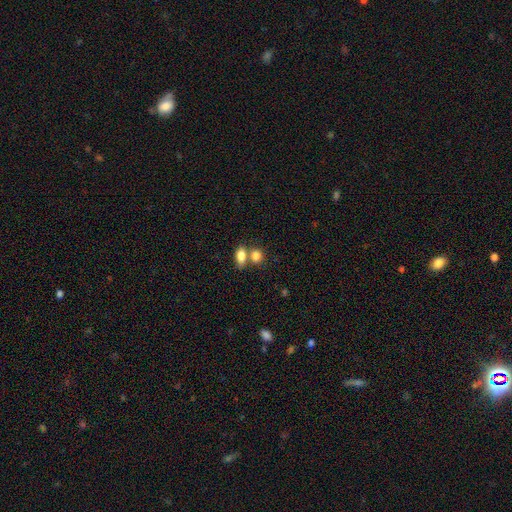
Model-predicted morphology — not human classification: smooth-or-featured: smooth: 83% | star or artifact: 9% | featured or disk: 8%
  how-rounded: in between: 64% | round: 34% | cigar-shaped: 3%
  merging: merger: 47% | none: 41% | minor disturbance: 9% | major disturbance: 4%